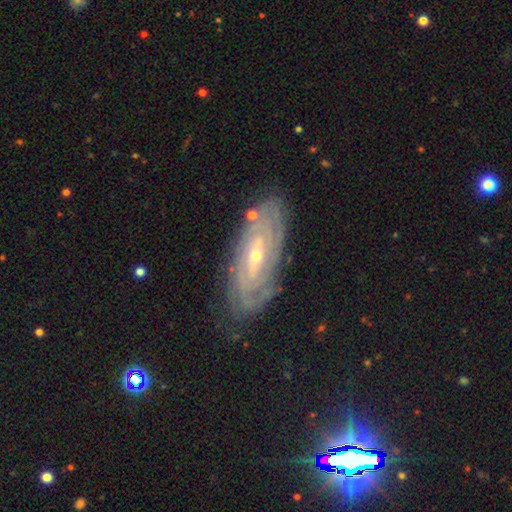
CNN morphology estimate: Overall: featured or disk (81%). Edge-on disk: no (88%). Bar: no (54%; weak 34%). Spiral arms: yes (90%). Spiral arm count: can't tell (55%). Spiral winding: tight (79%). Bulge size: small (65%; moderate 32%). Merging: none (81%).